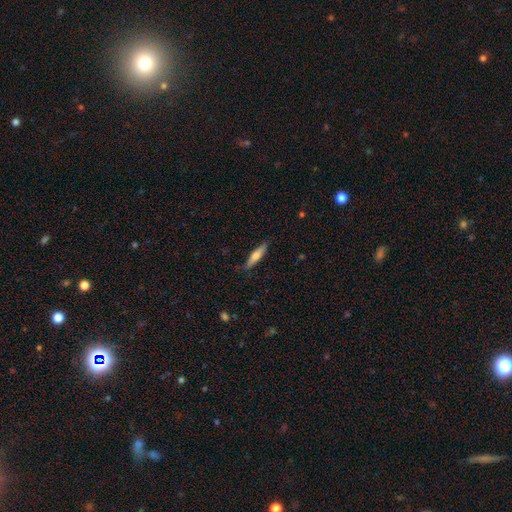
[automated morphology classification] smooth 55%, featured or disk 39%, star or artifact 6%. Down the decision tree: how rounded — cigar-shaped (82%); merging — none (85%).